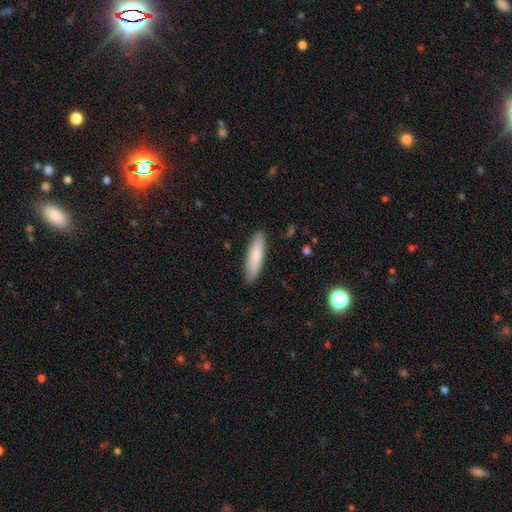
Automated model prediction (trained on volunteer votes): smooth_or_featured: smooth (p=0.80) [alt: featured or disk p=0.14]
how_rounded: cigar-shaped (p=0.70) [alt: in between p=0.29]
merging: none (p=0.89) [alt: minor disturbance p=0.08]